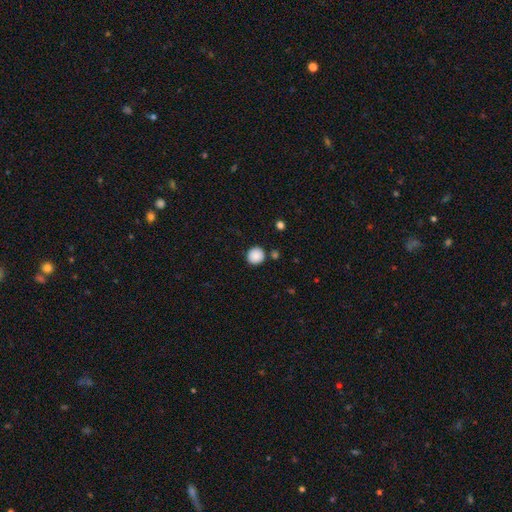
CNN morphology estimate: The model was most divided on "merging": none: 86%, minor disturbance: 8%, merger: 4%, major disturbance: 2%. More confident: how rounded — round (90%); smooth or featured — smooth (89%).